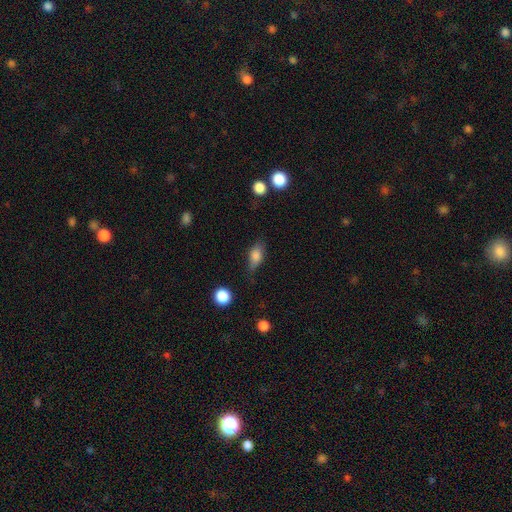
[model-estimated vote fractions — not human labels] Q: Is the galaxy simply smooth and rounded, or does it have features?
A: smooth — 76%.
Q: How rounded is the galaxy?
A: in between — 79%.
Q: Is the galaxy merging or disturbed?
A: none — 68%.